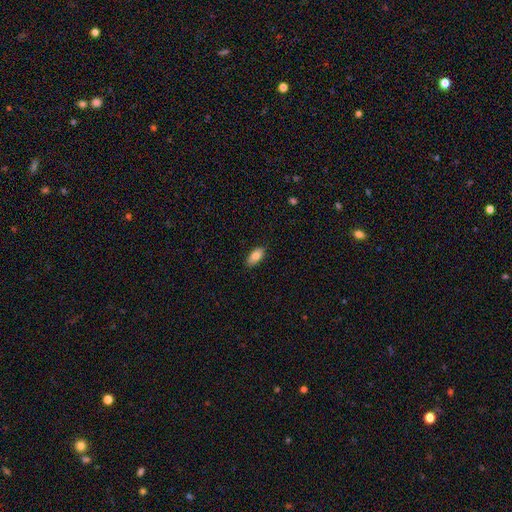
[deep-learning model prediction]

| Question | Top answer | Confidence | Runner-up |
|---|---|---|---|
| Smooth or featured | smooth | 83% | featured or disk (10%) |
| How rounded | in between | 90% | cigar-shaped (7%) |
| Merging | none | 87% | minor disturbance (10%) |